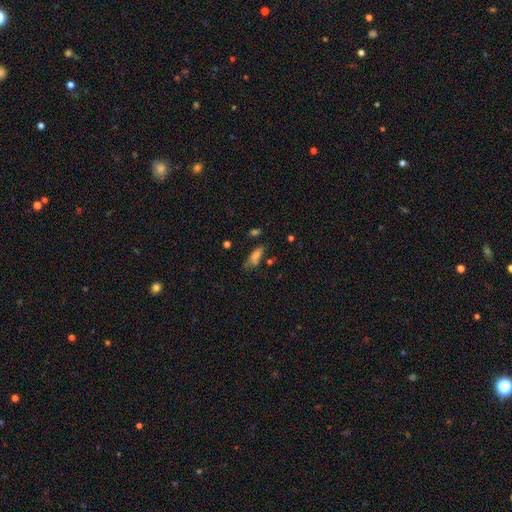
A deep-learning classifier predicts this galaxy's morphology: smooth 66%, featured or disk 23%, star or artifact 11%. Down the decision tree: how rounded — in between (65%); merging — none (49%).